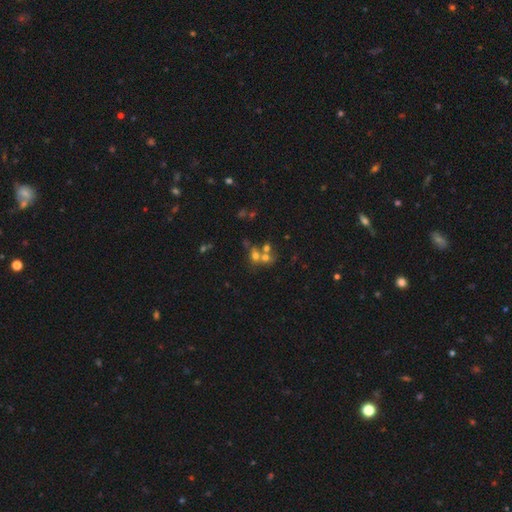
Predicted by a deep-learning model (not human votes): The model was most divided on "merging": merger: 54%, none: 33%, minor disturbance: 7%, major disturbance: 6%. More confident: how rounded — round (70%); smooth or featured — smooth (53%).